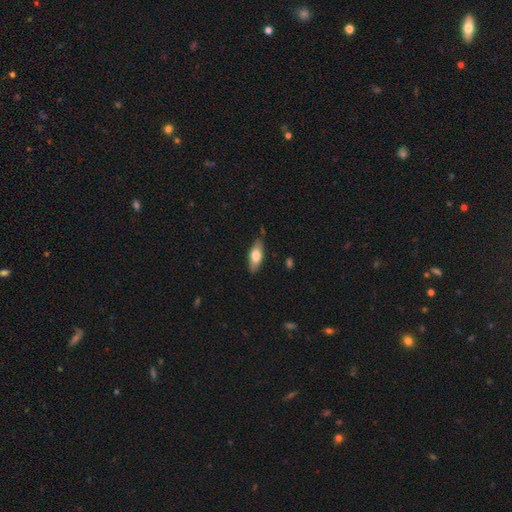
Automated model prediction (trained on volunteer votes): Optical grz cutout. It shows a smooth galaxy with no disk features (67%) that is in between round and cigar-shaped (73%). Merging: none (83%).